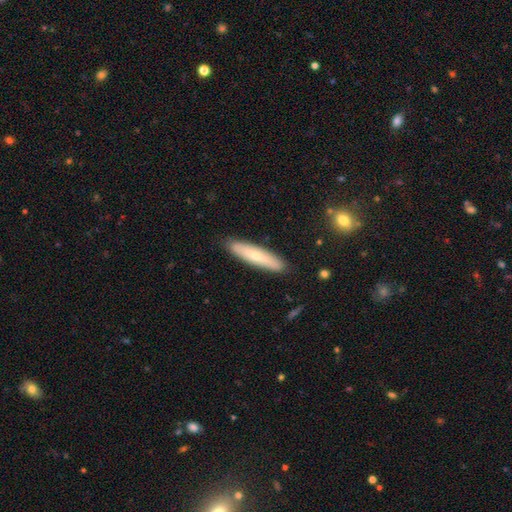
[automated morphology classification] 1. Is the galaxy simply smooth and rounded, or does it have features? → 60% smooth, 33% featured or disk, 6% star or artifact.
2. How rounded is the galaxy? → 83% cigar-shaped, 16% in between, 1% round.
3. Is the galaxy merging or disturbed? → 88% none, 9% minor disturbance, 2% major disturbance, 1% merger.